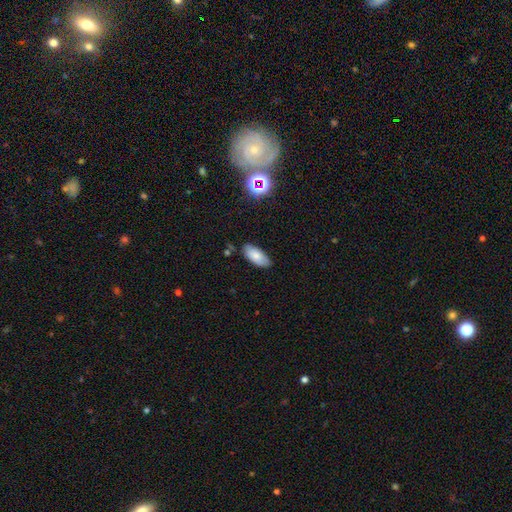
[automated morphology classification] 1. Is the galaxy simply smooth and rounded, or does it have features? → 77% smooth, 14% featured or disk, 9% star or artifact.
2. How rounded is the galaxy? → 91% in between, 7% cigar-shaped, 2% round.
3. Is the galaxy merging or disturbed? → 80% none, 15% minor disturbance, 2% major disturbance, 2% merger.